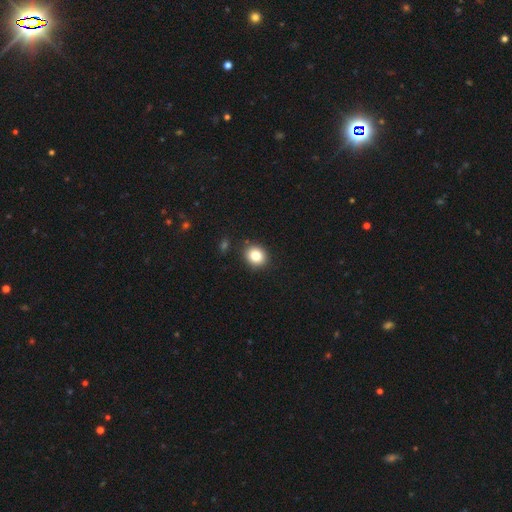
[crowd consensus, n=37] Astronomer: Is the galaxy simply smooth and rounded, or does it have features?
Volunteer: smooth — 86%.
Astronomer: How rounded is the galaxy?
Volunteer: round — 69%.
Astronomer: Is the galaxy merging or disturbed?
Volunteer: none — 86%.